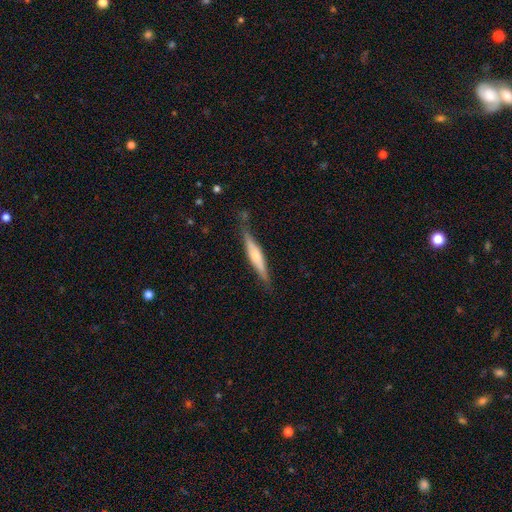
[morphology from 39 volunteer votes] Smooth or featured: featured or disk — 56% (smooth — 44%)
Edge-on disk: yes — 95% (no — 5%)
Edge-on bulge: rounded — 86% (boxy — 14%)
Merging: none — 72% (minor disturbance — 26%)